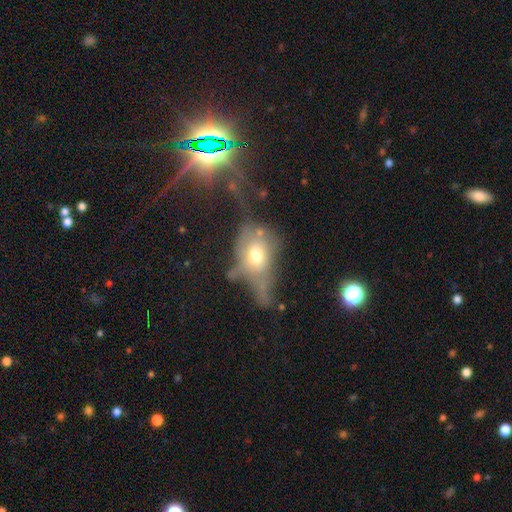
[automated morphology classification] type=smooth (51%); roundness=in between (65%); merging=major disturbance (39%).